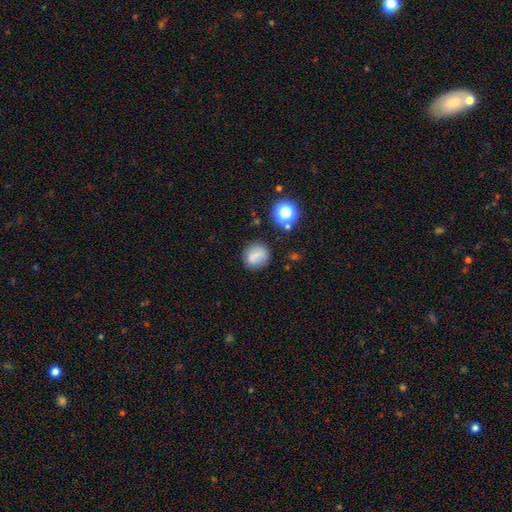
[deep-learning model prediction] Smooth or featured? smooth (72%)
How rounded? round (81%)
Merging? none (69%)